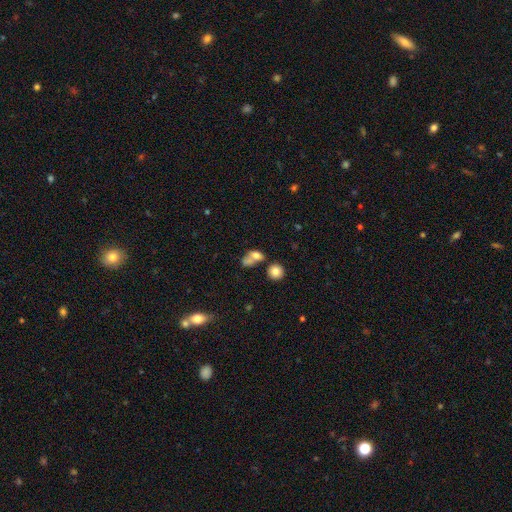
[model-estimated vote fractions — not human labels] Q: Smooth or featured?
A: smooth (70%); runner-up: featured or disk (18%)
Q: How rounded?
A: in between (62%); runner-up: round (34%)
Q: Merging?
A: merger (42%); runner-up: none (32%)